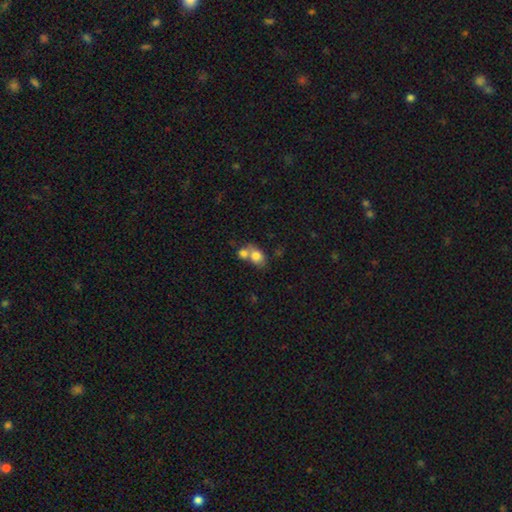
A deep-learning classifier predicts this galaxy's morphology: Q: Smooth or featured?
A: smooth (78%); runner-up: featured or disk (14%)
Q: How rounded?
A: in between (57%); runner-up: round (42%)
Q: Merging?
A: merger (59%); runner-up: none (29%)